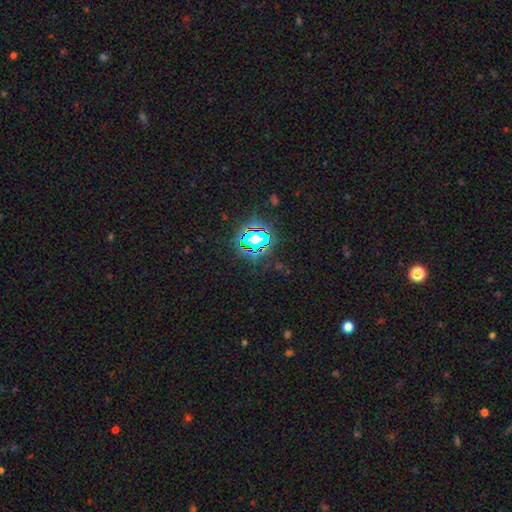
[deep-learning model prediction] Smooth or featured? Predicted: star or artifact (p=0.82).